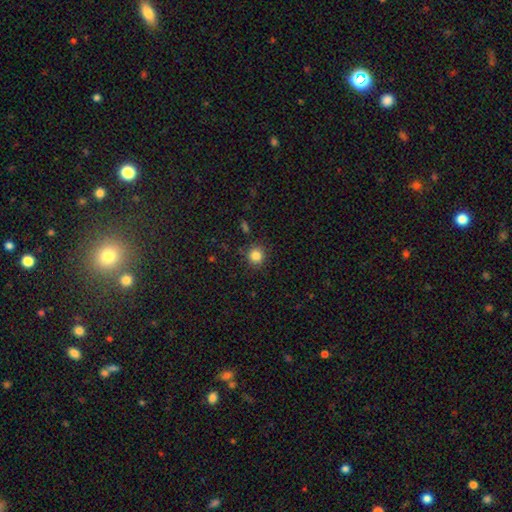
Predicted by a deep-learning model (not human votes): Smooth or featured: smooth — 84% (star or artifact — 12%)
How rounded: round — 91% (in between — 8%)
Merging: none — 87% (minor disturbance — 8%)